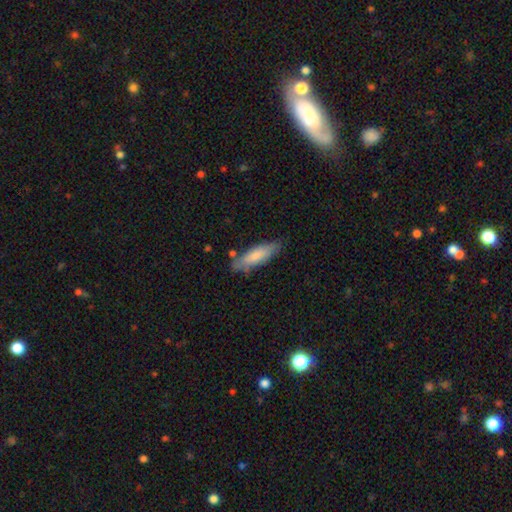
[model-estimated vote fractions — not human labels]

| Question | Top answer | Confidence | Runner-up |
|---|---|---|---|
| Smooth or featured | smooth | 76% | featured or disk (19%) |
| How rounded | cigar-shaped | 51% | in between (47%) |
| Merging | none | 72% | minor disturbance (20%) |